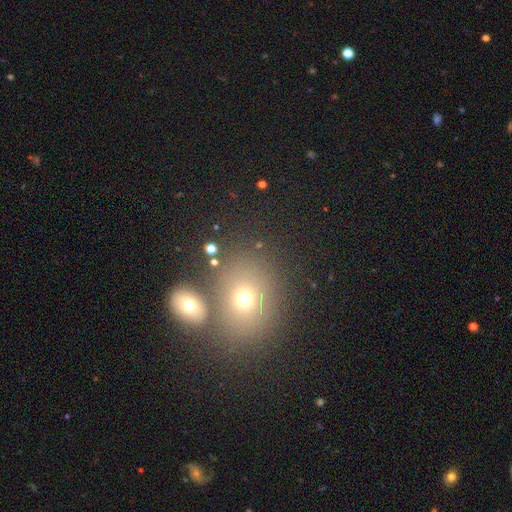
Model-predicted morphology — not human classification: The model was most divided on "smooth or featured": smooth: 57%, star or artifact: 29%, featured or disk: 13%. More confident: how rounded — round (66%); merging — none (64%).